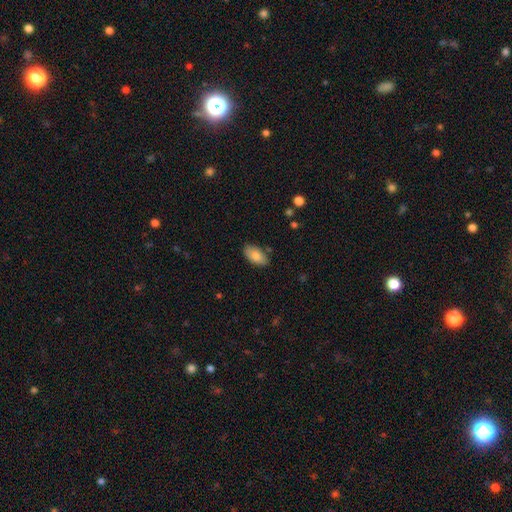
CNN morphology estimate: This is clearly a smooth galaxy (81%). How rounded: clearly in between (94%). Merging: clearly none (81%).